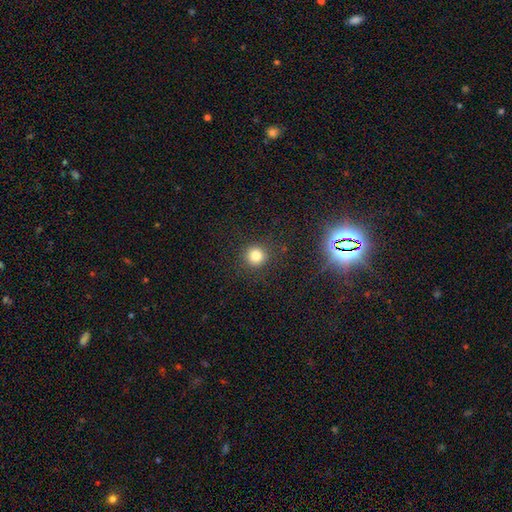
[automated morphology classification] Overall: smooth (80%). How rounded: round (94%). Merging: none (89%).